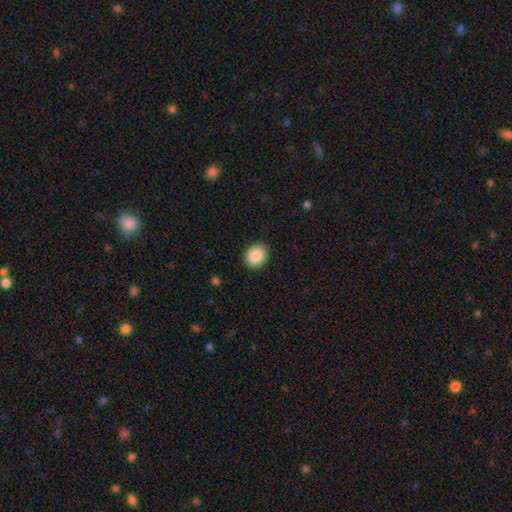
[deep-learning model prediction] Morphology: type=smooth (86%); roundness=round (61%); merging=none (90%).